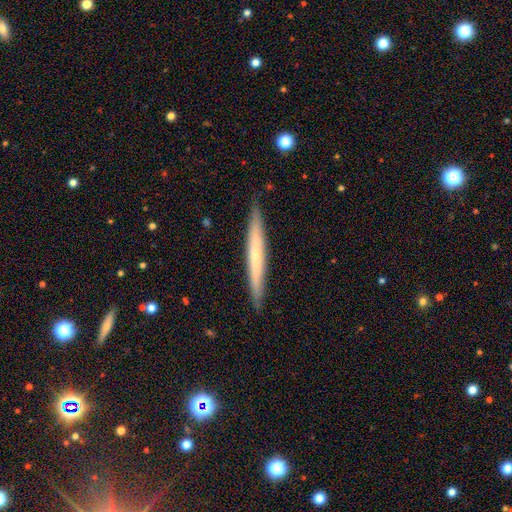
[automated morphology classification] A smooth galaxy with no disk features (47%, tied with featured or disk).

Vote fractions:
- Smooth or featured? smooth: 47% (tied) / featured or disk: 47% (tied) / star or artifact: 6%
- Merging? none: 90% / minor disturbance: 8% / major disturbance: 1% / merger: 1%